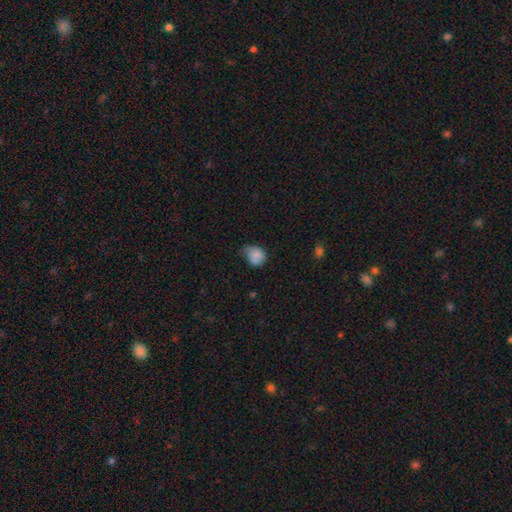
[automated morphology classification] This is clearly a smooth galaxy (82%). How rounded: possibly round (55%). Merging: marginally minor disturbance (43%).